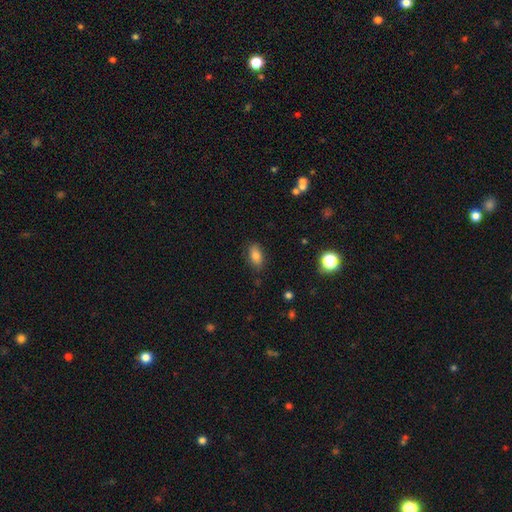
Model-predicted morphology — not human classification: Q: Smooth or featured?
A: smooth (80%); runner-up: featured or disk (10%)
Q: How rounded?
A: in between (86%); runner-up: round (8%)
Q: Merging?
A: none (84%); runner-up: minor disturbance (12%)